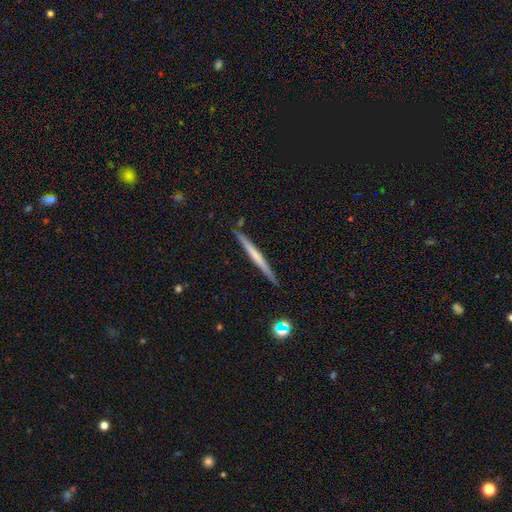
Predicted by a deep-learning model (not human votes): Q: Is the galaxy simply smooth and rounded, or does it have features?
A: featured or disk — 51%.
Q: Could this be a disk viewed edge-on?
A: yes — 97%.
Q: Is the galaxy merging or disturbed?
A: none — 90%.